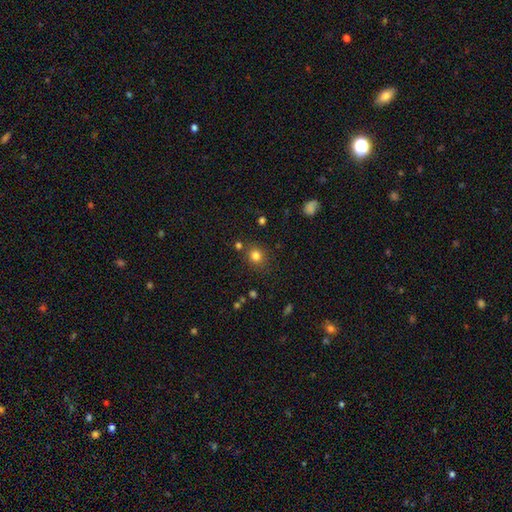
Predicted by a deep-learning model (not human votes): Smooth or featured? Predicted: smooth (p=0.79). How rounded? Predicted: round (p=0.80). Merging? Predicted: none (p=0.80).